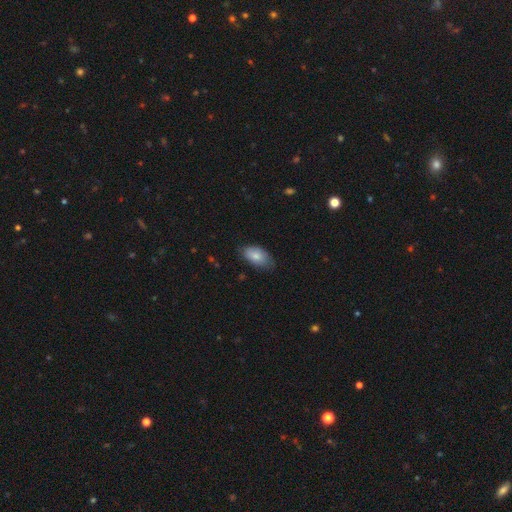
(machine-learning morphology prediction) Smooth or featured? smooth (81%)
How rounded? in between (93%)
Merging? none (69%)